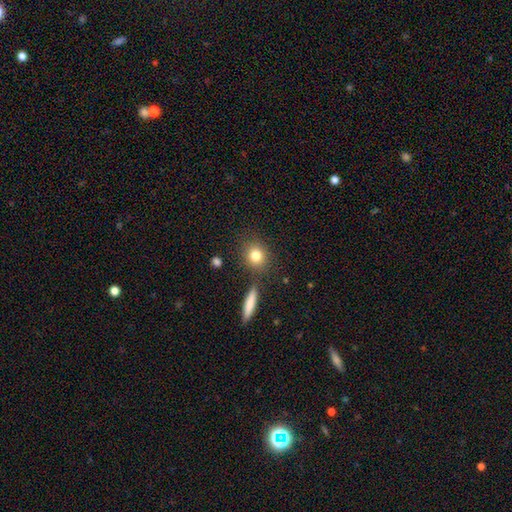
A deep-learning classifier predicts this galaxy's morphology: type=smooth (81%); roundness=round (75%); merging=none (81%).